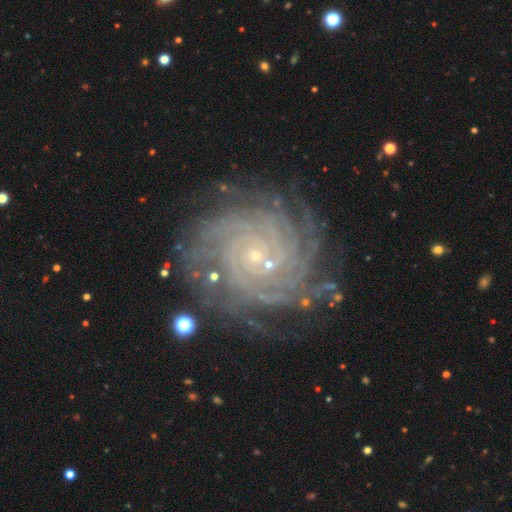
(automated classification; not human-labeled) Q: Smooth or featured?
A: featured or disk (89%); runner-up: star or artifact (7%)
Q: Edge-on disk?
A: no (98%); runner-up: yes (2%)
Q: Bar?
A: no (71%); runner-up: weak (20%)
Q: Spiral arms?
A: yes (98%); runner-up: no (2%)
Q: Spiral winding?
A: tight (84%); runner-up: medium (14%)
Q: Spiral arm count?
A: more than 4 (39%); runner-up: 4 (19%)
Q: Bulge size?
A: small (87%); runner-up: moderate (9%)
Q: Merging?
A: none (81%); runner-up: minor disturbance (12%)